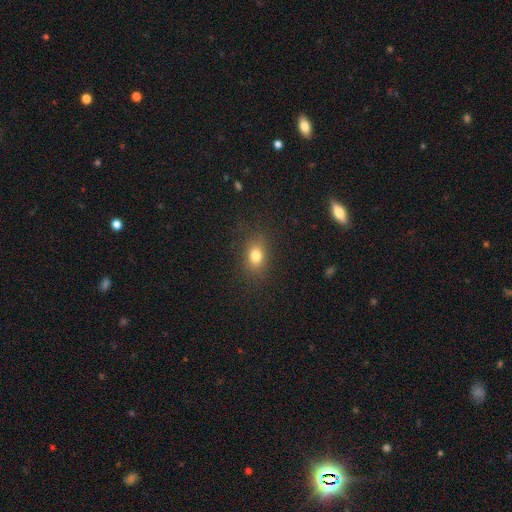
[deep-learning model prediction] smooth_or_featured: smooth (p=0.79) [alt: star or artifact p=0.13]
how_rounded: in between (p=0.66) [alt: round p=0.32]
merging: none (p=0.84) [alt: minor disturbance p=0.11]